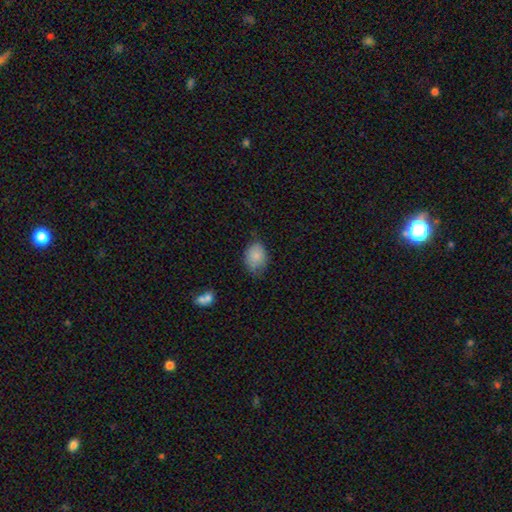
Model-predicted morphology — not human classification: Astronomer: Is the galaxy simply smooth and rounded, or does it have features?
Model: smooth — 83%.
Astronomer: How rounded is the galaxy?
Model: in between — 71%.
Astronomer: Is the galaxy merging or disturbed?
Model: none — 60%.